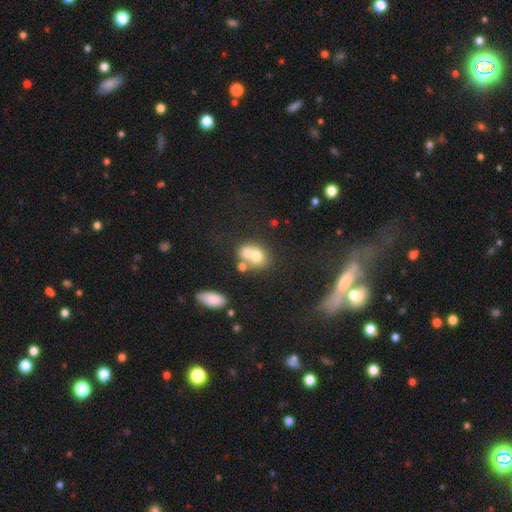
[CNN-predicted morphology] type=smooth (65%); roundness=round (55%); merging=merger (58%).